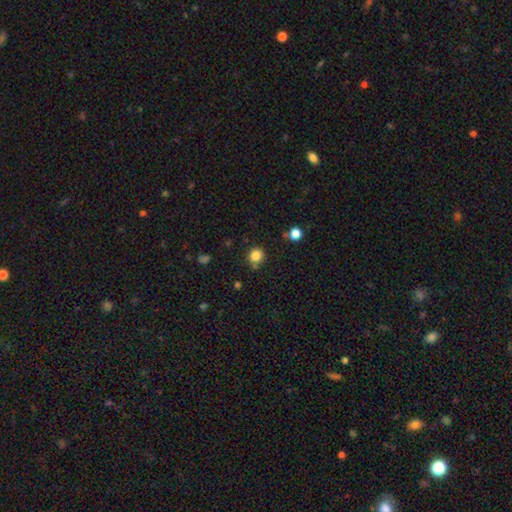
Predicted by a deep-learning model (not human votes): A smooth galaxy with no disk features (83%) that is round (89%).

Vote fractions:
- Smooth or featured? smooth: 83% / star or artifact: 12% / featured or disk: 5%
- How rounded? round: 89% / in between: 10% / cigar-shaped: 1%
- Merging? none: 79% / minor disturbance: 11% / merger: 6% / major disturbance: 3%